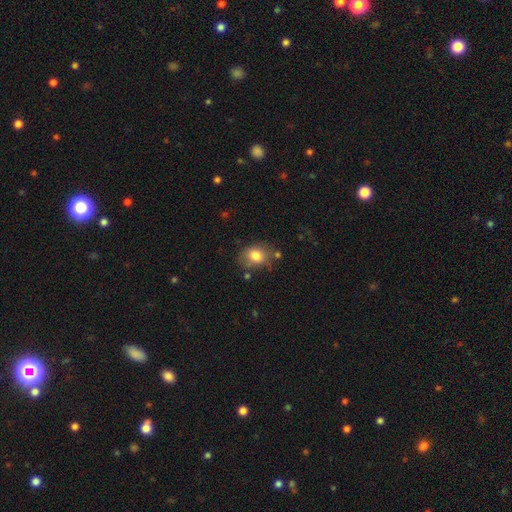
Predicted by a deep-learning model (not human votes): Smooth or featured: smooth — 79% (featured or disk — 12%)
How rounded: in between — 60% (round — 39%)
Merging: none — 65% (minor disturbance — 22%)